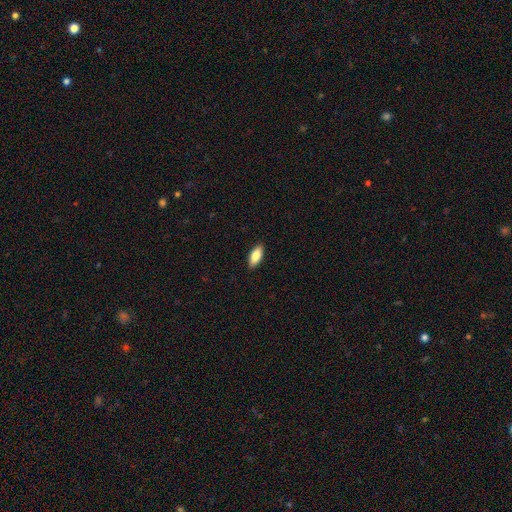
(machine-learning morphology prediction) smooth 81%, featured or disk 13%, star or artifact 6%. Down the decision tree: how rounded — in between (84%); merging — none (90%).